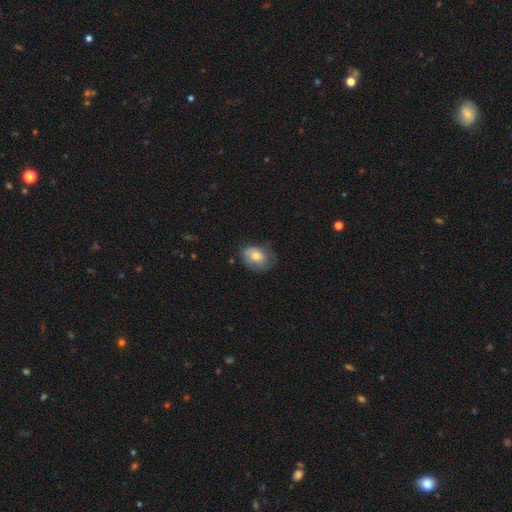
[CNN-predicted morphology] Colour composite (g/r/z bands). It shows a smooth galaxy with no disk features (71%) that is in between round and cigar-shaped (68%). Merging: none (58%).